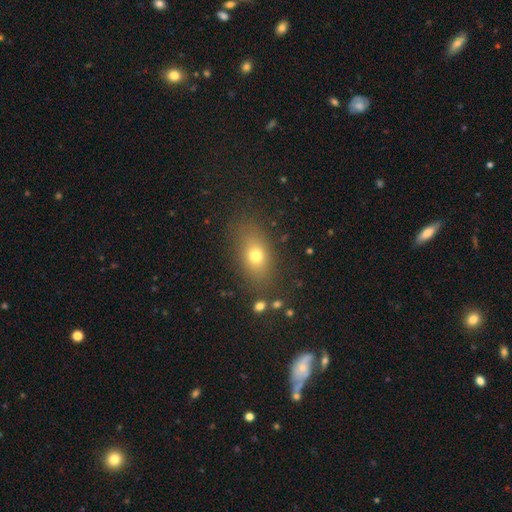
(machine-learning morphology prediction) A smooth galaxy with no disk features (71%) that is in between round and cigar-shaped (75%).

Vote fractions:
- Smooth or featured? smooth: 71% / featured or disk: 15% / star or artifact: 14%
- How rounded? in between: 75% / round: 20% / cigar-shaped: 6%
- Merging? none: 81% / minor disturbance: 12% / major disturbance: 5% / merger: 2%